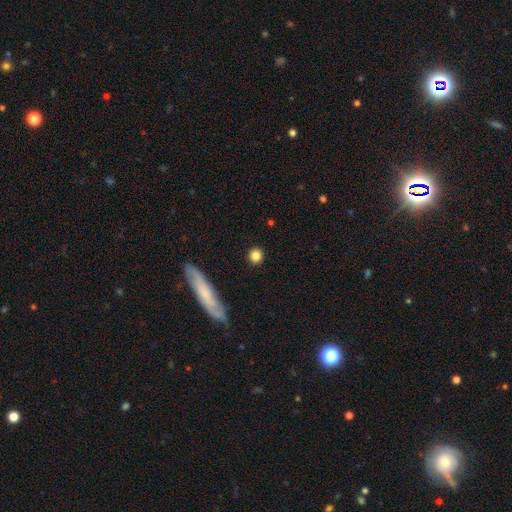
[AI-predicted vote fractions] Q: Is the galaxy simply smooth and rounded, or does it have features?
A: smooth — 84%.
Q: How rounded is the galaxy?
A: round — 89%.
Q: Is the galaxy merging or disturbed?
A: none — 90%.